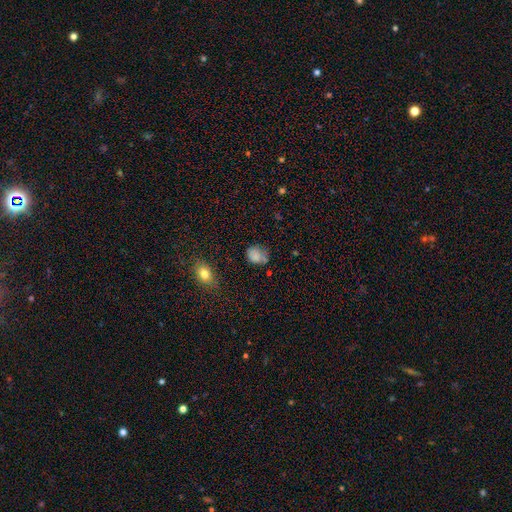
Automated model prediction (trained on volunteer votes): smooth-or-featured: smooth: 79% | star or artifact: 12% | featured or disk: 9%
  how-rounded: round: 59% | in between: 40% | cigar-shaped: 1%
  merging: none: 56% | minor disturbance: 29% | major disturbance: 9% | merger: 6%